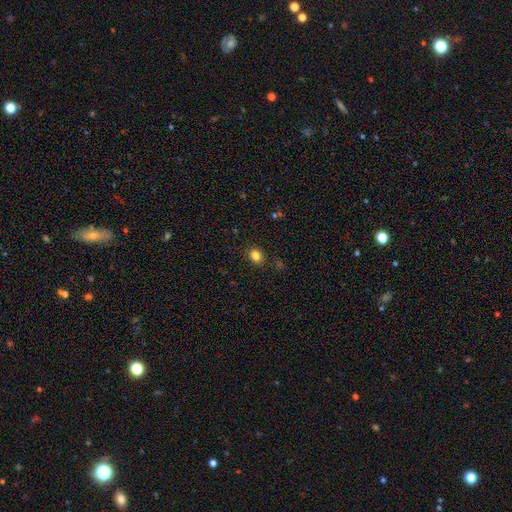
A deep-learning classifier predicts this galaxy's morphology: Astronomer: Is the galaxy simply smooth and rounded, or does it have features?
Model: smooth — 83%.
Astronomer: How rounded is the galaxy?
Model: round — 54% (runner-up: in between, 45%).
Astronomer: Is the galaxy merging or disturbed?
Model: none — 87%.